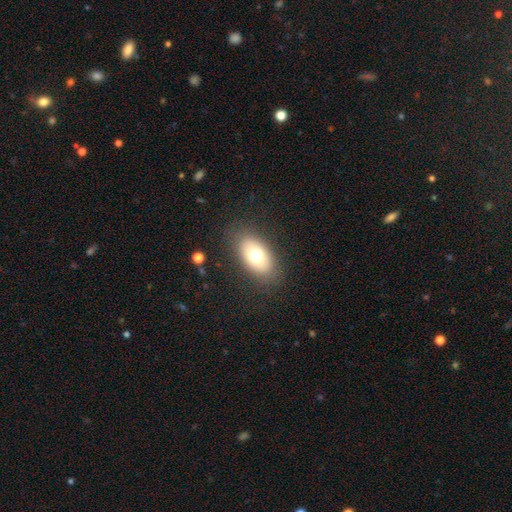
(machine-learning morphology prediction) A smooth galaxy with no disk features (70%) that is in between round and cigar-shaped (91%). Merging: none (83%).